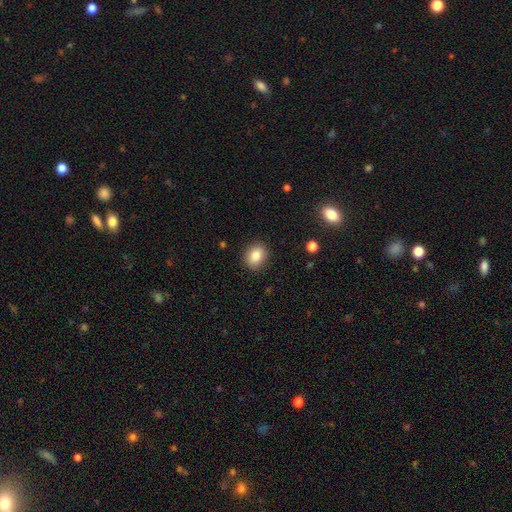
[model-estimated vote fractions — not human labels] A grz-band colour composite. It shows a smooth galaxy with no disk features (82%) that is round (59%). Merging: none (89%).